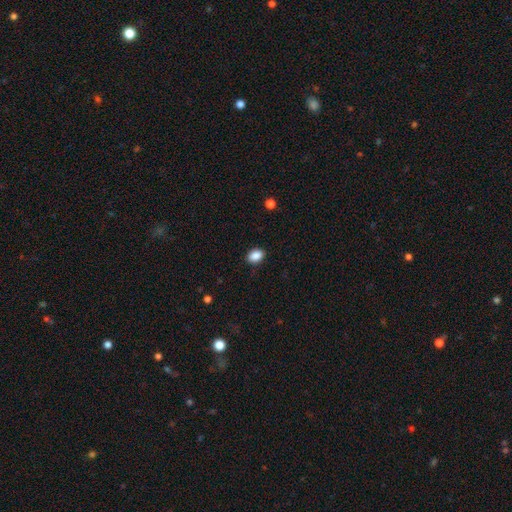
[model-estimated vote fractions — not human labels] This appears to be a smooth galaxy with no disk features (88%) that is in between round and cigar-shaped (79%). Merging: none (88%).